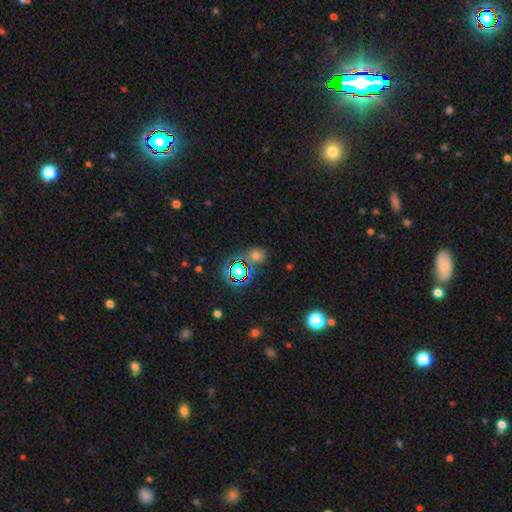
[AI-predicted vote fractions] Q: Smooth or featured?
A: smooth (61%); runner-up: star or artifact (31%)
Q: How rounded?
A: round (67%); runner-up: in between (31%)
Q: Merging?
A: none (73%); runner-up: minor disturbance (13%)